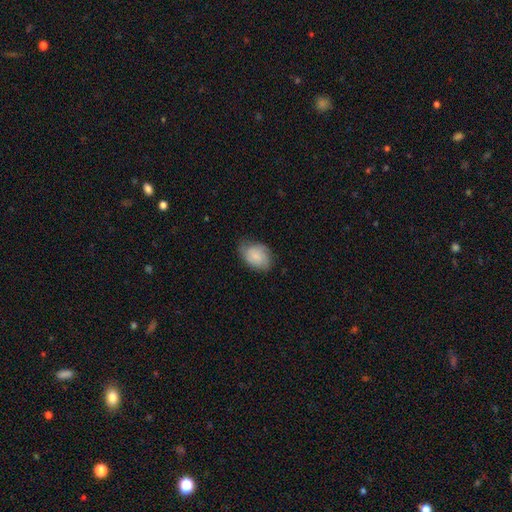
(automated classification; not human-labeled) smooth-or-featured: smooth: 72% | featured or disk: 21% | star or artifact: 7%
  how-rounded: in between: 77% | round: 22% | cigar-shaped: 1%
  merging: none: 58% | minor disturbance: 32% | major disturbance: 8% | merger: 1%